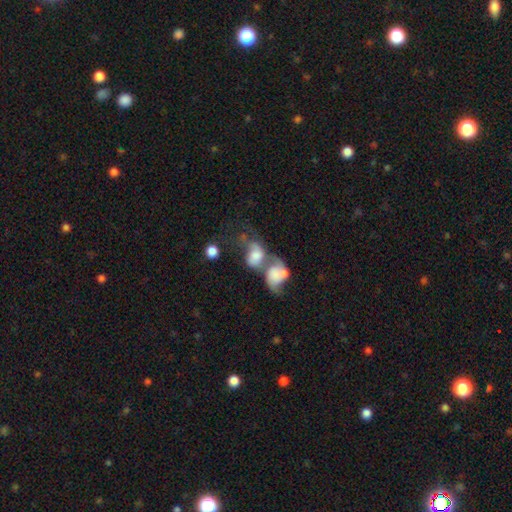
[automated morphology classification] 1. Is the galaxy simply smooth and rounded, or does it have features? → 58% smooth, 33% featured or disk, 9% star or artifact.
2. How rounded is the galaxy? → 66% in between, 32% round, 2% cigar-shaped.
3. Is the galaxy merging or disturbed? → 72% merger, 12% major disturbance, 10% none, 7% minor disturbance.